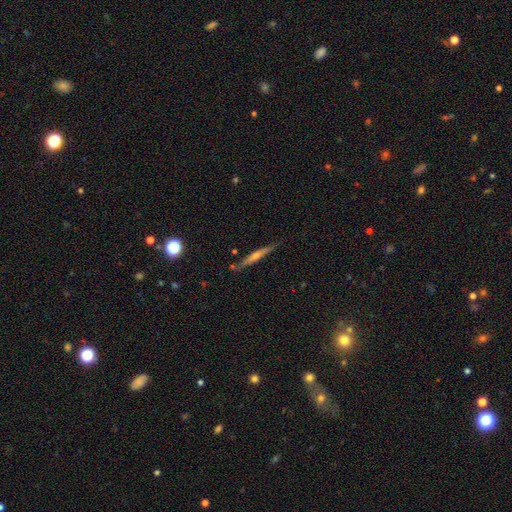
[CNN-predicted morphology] Smooth or featured? featured or disk (71%)
Edge-on disk? yes (97%)
Edge-on bulge? rounded (67%)
Merging? none (88%)